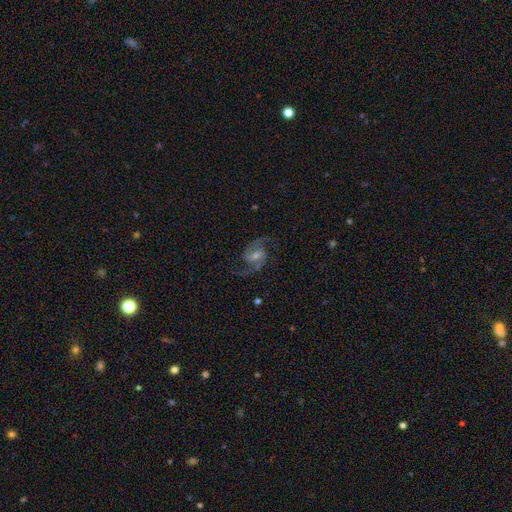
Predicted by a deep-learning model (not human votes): Overall: featured or disk (90%). Edge-on disk: no (98%). Bar: weak (53%; no 28%). Spiral arms: yes (98%). Spiral arm count: 2 (94%). Spiral winding: medium (58%; loose 30%). Bulge size: moderate (48%; small 42%). Merging: none (80%).